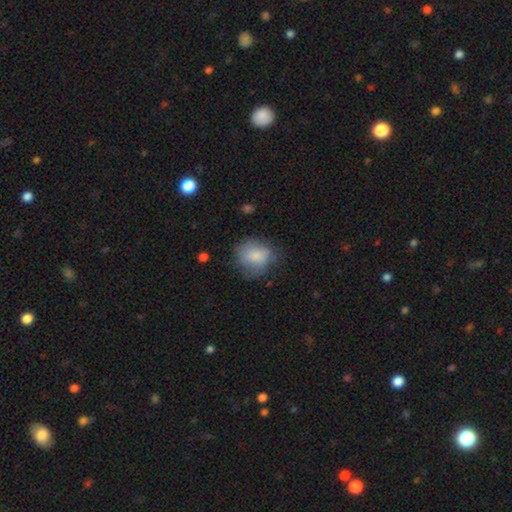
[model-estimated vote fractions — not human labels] Q: Smooth or featured?
A: smooth (78%); runner-up: featured or disk (14%)
Q: How rounded?
A: round (67%); runner-up: in between (32%)
Q: Merging?
A: none (55%); runner-up: minor disturbance (30%)